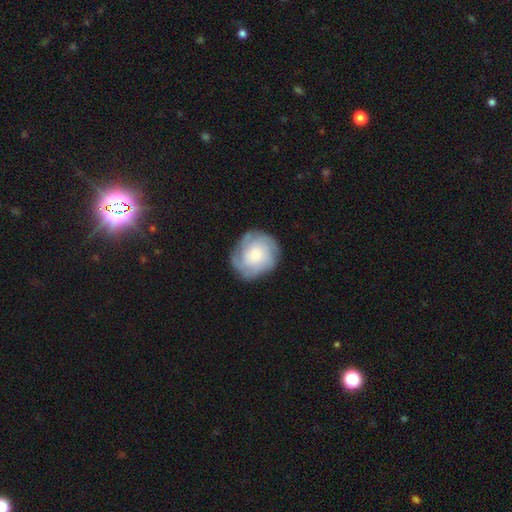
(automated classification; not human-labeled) smooth-or-featured: featured or disk: 49% | smooth: 43% | star or artifact: 8%
  merging: none: 75% | minor disturbance: 17% | major disturbance: 7% | merger: 1%